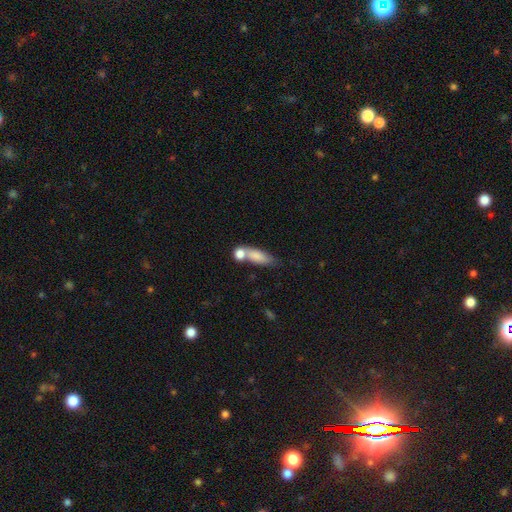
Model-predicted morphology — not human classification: smooth-or-featured: smooth: 78% | featured or disk: 14% | star or artifact: 7%
  how-rounded: in between: 60% | cigar-shaped: 33% | round: 7%
  merging: merger: 40% | none: 39% | minor disturbance: 15% | major disturbance: 7%